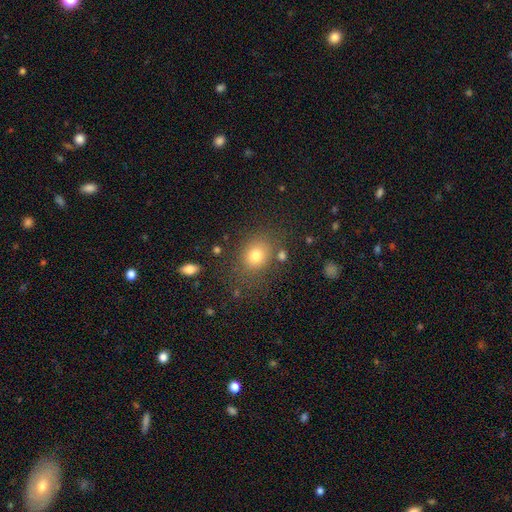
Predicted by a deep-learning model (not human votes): Smooth or featured?
  - smooth: 77% *
  - star or artifact: 14%
  - featured or disk: 10%
How rounded?
  - round: 58% *
  - in between: 41%
  - cigar-shaped: 1%
Merging?
  - none: 74% *
  - minor disturbance: 14%
  - major disturbance: 6%
  - merger: 6%